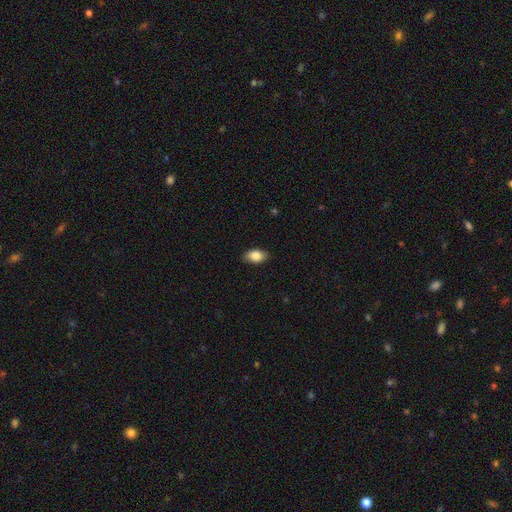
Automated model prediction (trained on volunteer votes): A smooth galaxy with no disk features (84%) that is in between round and cigar-shaped (89%).

Vote fractions:
- Smooth or featured? smooth: 84% / featured or disk: 8% / star or artifact: 7%
- How rounded? in between: 89% / round: 8% / cigar-shaped: 3%
- Merging? none: 85% / minor disturbance: 11% / major disturbance: 2% / merger: 1%